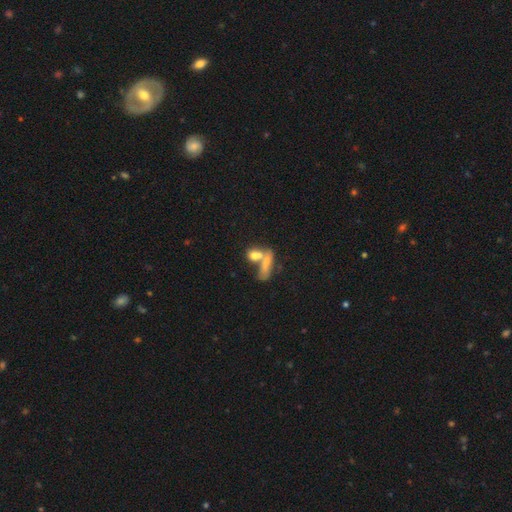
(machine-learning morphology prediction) Smooth or featured: smooth — 69% (featured or disk — 20%)
How rounded: in between — 49% (round — 31%)
Merging: merger — 53% (none — 31%)